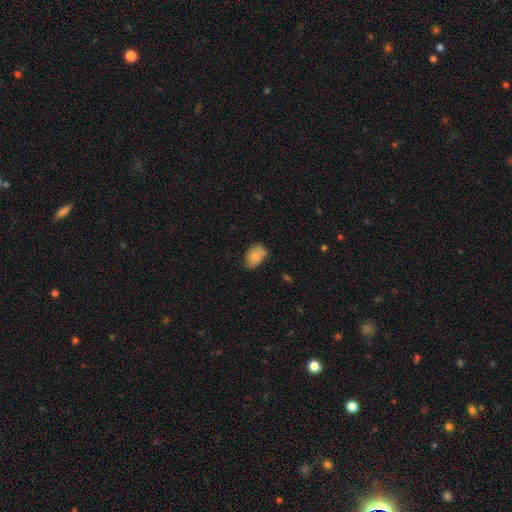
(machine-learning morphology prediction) Overall: smooth (81%). How rounded: in between (82%). Merging: none (60%; minor disturbance 31%).